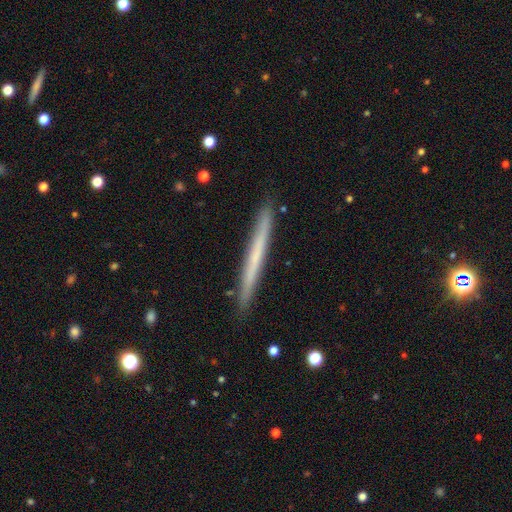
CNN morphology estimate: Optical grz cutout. It shows a smooth galaxy with no disk features (52%) that is cigar-shaped (97%). Merging: none (91%).